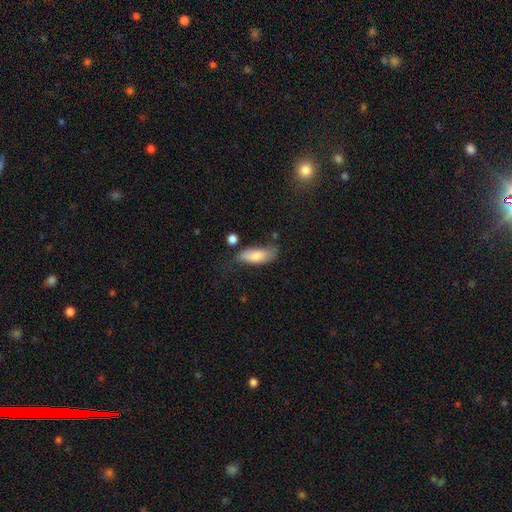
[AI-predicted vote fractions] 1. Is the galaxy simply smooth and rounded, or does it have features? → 78% smooth, 15% featured or disk, 7% star or artifact.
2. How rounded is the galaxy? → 78% in between, 20% cigar-shaped, 2% round.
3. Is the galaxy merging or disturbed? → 51% none, 31% minor disturbance, 12% major disturbance, 6% merger.